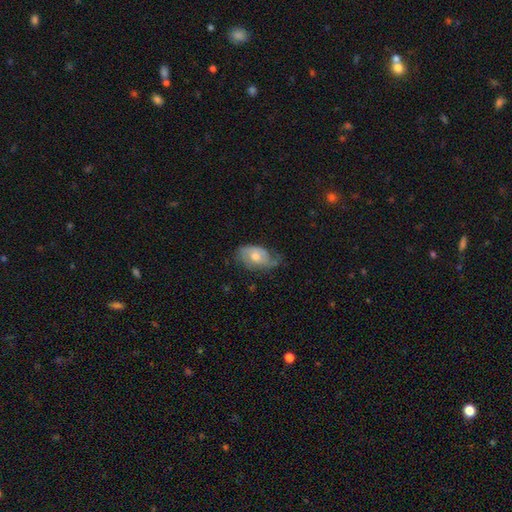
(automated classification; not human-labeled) smooth-or-featured: featured or disk: 57% | smooth: 35% | star or artifact: 8%
  disk-edge-on: no: 93% | yes: 7%
    bar: no: 69% | weak: 26% | strong: 4%
    has-spiral-arms: yes: 81% | no: 19%
    bulge-size: moderate: 65% | small: 20% | large: 10% | none: 3% | dominant: 1%
  merging: none: 55% | minor disturbance: 32% | major disturbance: 12% | merger: 2%